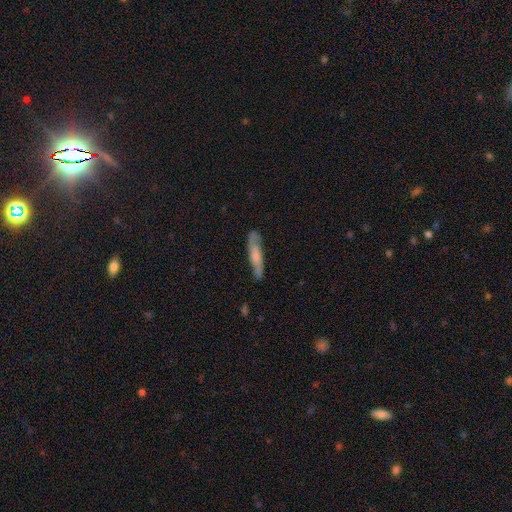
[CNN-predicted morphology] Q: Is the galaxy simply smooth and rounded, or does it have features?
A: featured or disk — 49%.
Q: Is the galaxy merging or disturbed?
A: none — 75%.